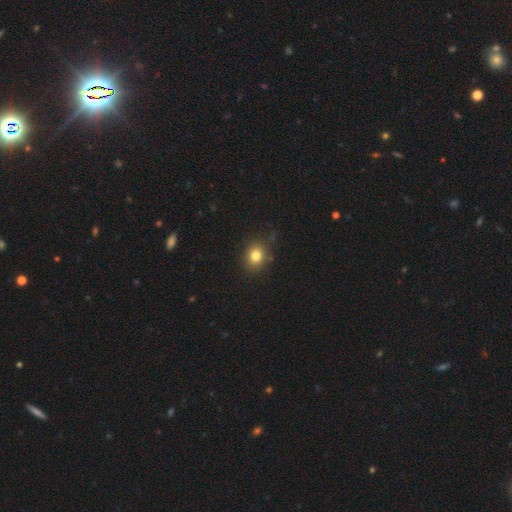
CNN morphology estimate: Smooth or featured? Predicted: smooth (p=0.81). How rounded? Predicted: round (p=0.60). Merging? Predicted: none (p=0.78).